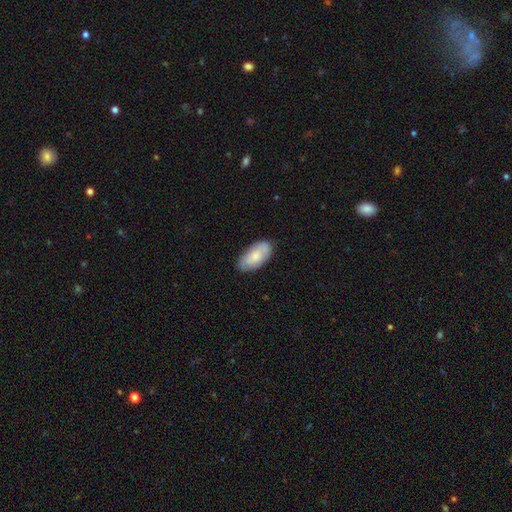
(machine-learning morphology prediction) A smooth galaxy with no disk features (72%) that is in between round and cigar-shaped (94%).

Vote fractions:
- Smooth or featured? smooth: 72% / featured or disk: 22% / star or artifact: 6%
- How rounded? in between: 94% / cigar-shaped: 3% / round: 2%
- Merging? none: 78% / minor disturbance: 17% / major disturbance: 3% / merger: 1%